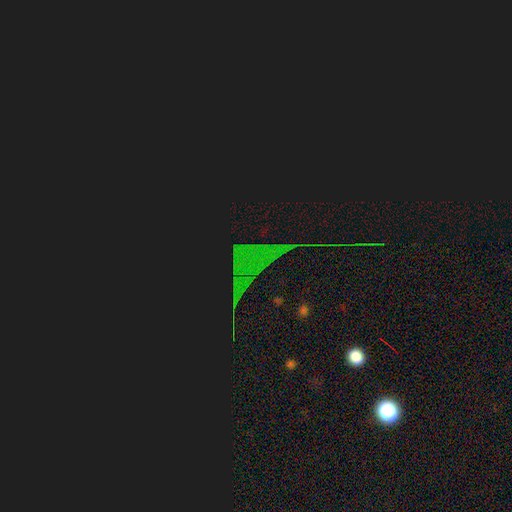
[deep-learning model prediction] Smooth or featured: star or artifact — 82% (smooth — 11%)